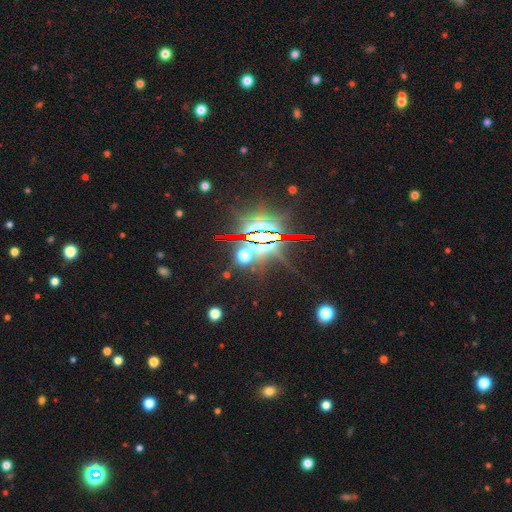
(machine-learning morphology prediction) A star or artifact, not a galaxy (85%).